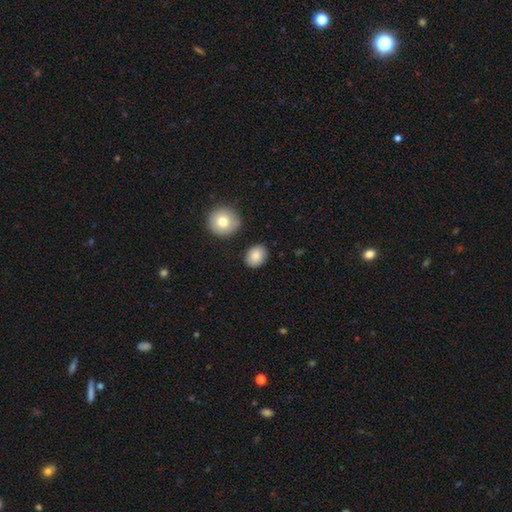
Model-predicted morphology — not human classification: type=smooth (86%); roundness=in between (63%); merging=none (85%).